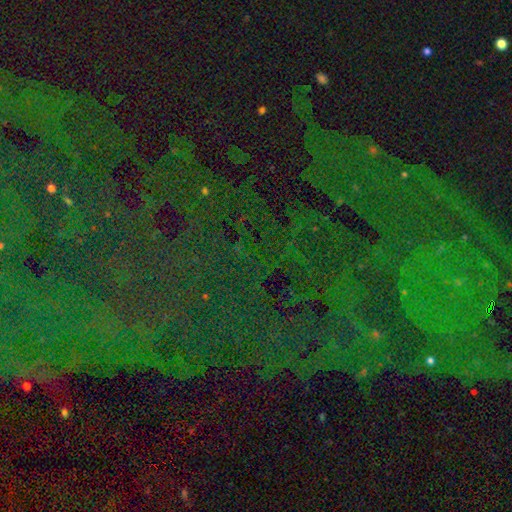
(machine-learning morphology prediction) type=star or artifact (81%).